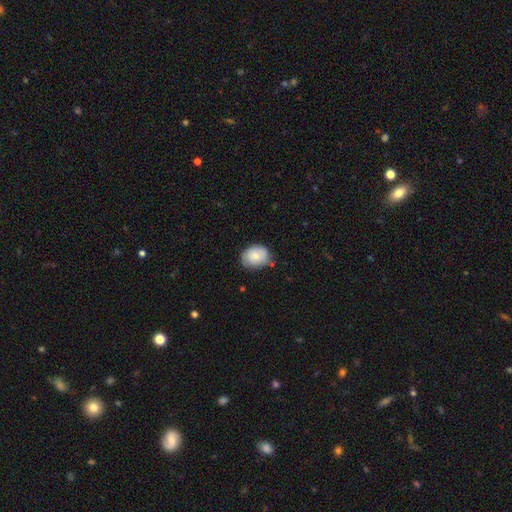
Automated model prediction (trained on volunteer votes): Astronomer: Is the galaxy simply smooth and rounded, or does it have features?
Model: smooth — 73%.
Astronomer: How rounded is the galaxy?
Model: in between — 51% (runner-up: round, 48%).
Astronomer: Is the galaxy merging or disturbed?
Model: none — 67%.